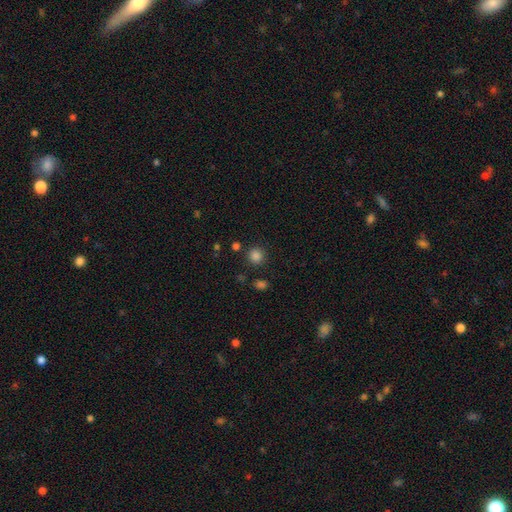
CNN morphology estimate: Smooth or featured: smooth — 83% (star or artifact — 13%)
How rounded: round — 92% (in between — 7%)
Merging: none — 86% (minor disturbance — 7%)